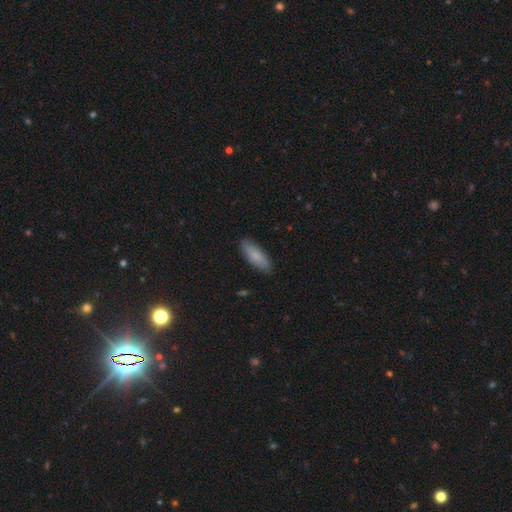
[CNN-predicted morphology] Smooth or featured? Predicted: smooth (p=0.83). How rounded? Predicted: in between (p=0.58). Merging? Predicted: none (p=0.88).